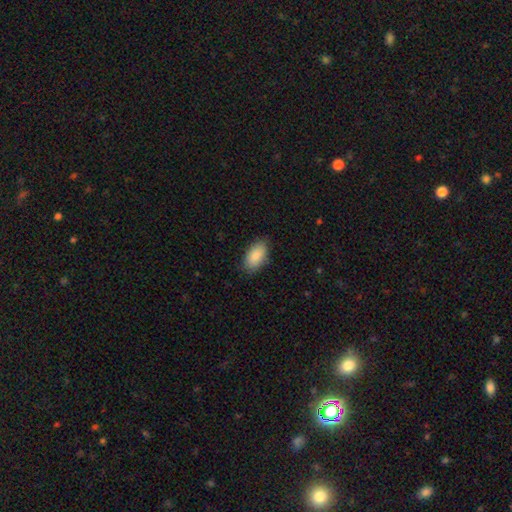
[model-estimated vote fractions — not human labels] smooth 88%, star or artifact 6%, featured or disk 6%. Down the decision tree: how rounded — in between (94%); merging — none (84%).